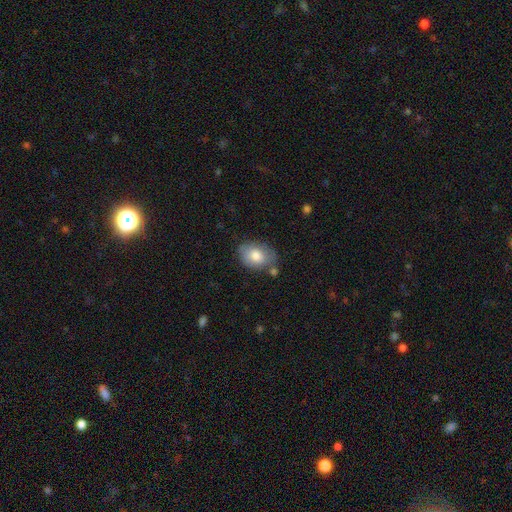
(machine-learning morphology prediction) Overall: smooth (77%). How rounded: in between (74%). Merging: none (66%).